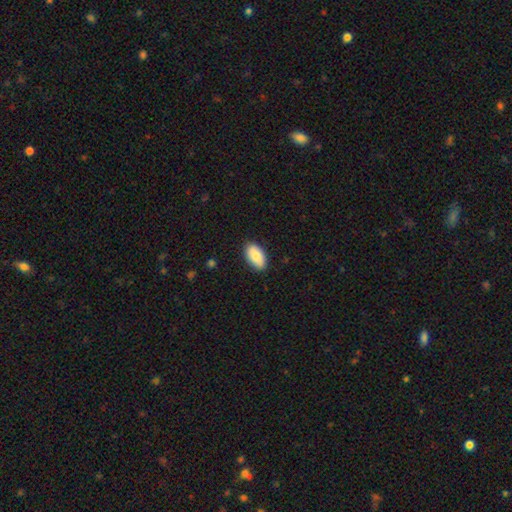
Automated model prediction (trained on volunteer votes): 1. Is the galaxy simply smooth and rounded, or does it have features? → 86% smooth, 7% featured or disk, 6% star or artifact.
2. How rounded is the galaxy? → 95% in between, 3% round, 2% cigar-shaped.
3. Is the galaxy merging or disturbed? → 87% none, 10% minor disturbance, 2% major disturbance, 1% merger.